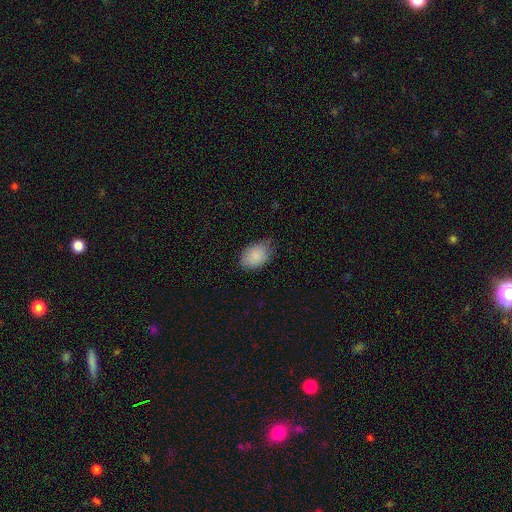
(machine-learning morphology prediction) Smooth or featured: smooth — 88% (star or artifact — 7%)
How rounded: in between — 85% (round — 14%)
Merging: none — 70% (minor disturbance — 25%)